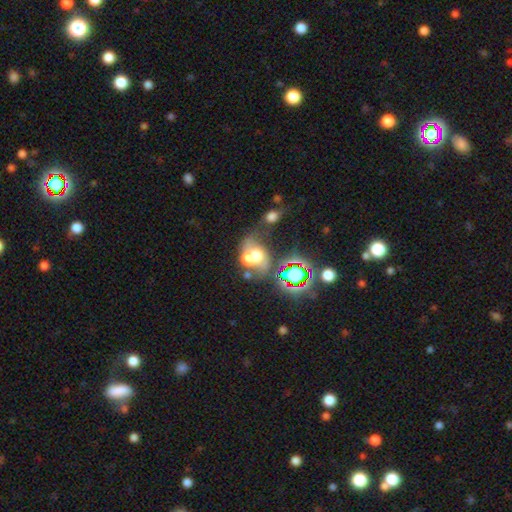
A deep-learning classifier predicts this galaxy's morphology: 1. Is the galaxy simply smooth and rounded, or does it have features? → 46% smooth, 34% featured or disk, 21% star or artifact.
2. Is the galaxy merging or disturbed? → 55% merger, 25% none, 11% major disturbance, 10% minor disturbance.